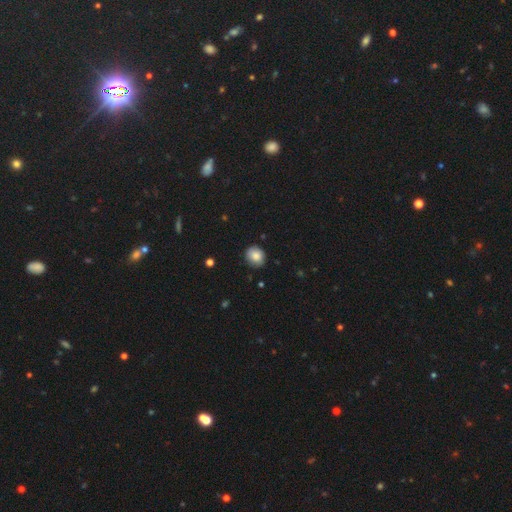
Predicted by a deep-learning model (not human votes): A smooth galaxy with no disk features (86%) that is round (67%). Merging: none (83%).